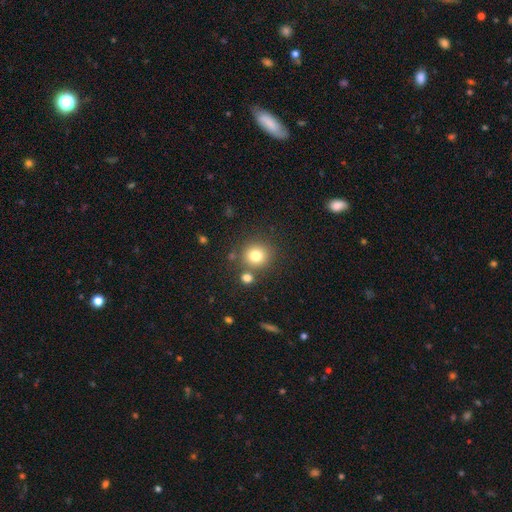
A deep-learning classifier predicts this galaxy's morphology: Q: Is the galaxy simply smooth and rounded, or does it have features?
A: smooth — 78%.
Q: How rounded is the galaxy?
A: round — 90%.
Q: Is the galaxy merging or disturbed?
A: none — 77%.